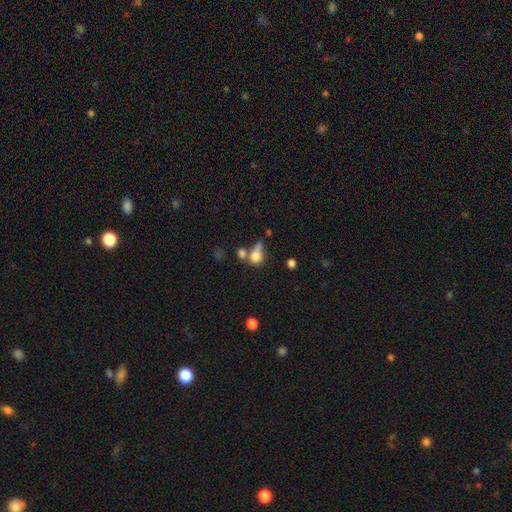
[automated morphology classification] Overall: smooth (75%). How rounded: round (52%; in between 43%). Merging: merger (40%; none 30%).